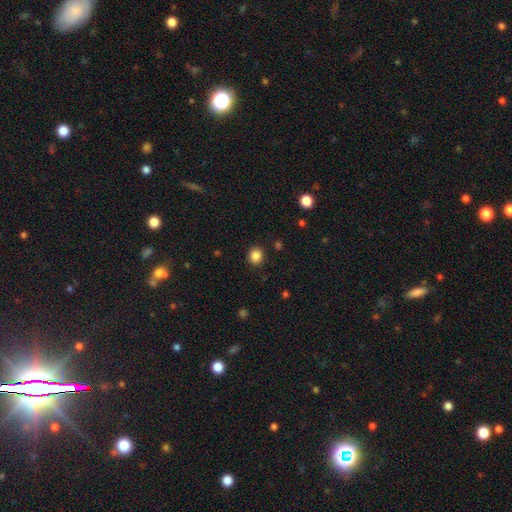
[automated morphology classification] Smooth or featured?
  - smooth: 86% *
  - star or artifact: 11%
  - featured or disk: 3%
How rounded?
  - round: 82% *
  - in between: 17%
  - cigar-shaped: 1%
Merging?
  - none: 91% *
  - minor disturbance: 6%
  - major disturbance: 2%
  - merger: 1%